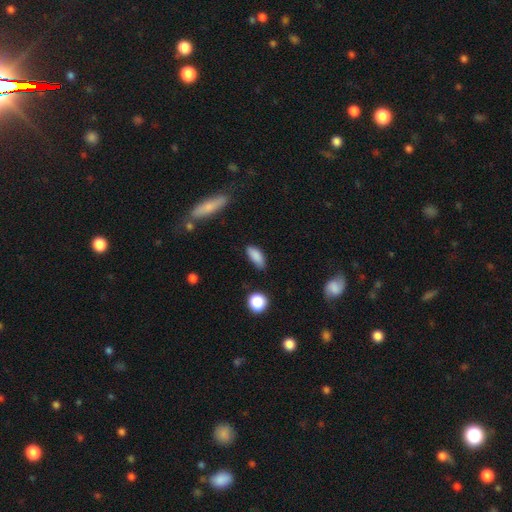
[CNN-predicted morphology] Smooth or featured?
  - smooth: 85% *
  - star or artifact: 8%
  - featured or disk: 7%
How rounded?
  - in between: 78% *
  - cigar-shaped: 18%
  - round: 4%
Merging?
  - none: 77% *
  - minor disturbance: 18%
  - major disturbance: 3%
  - merger: 2%